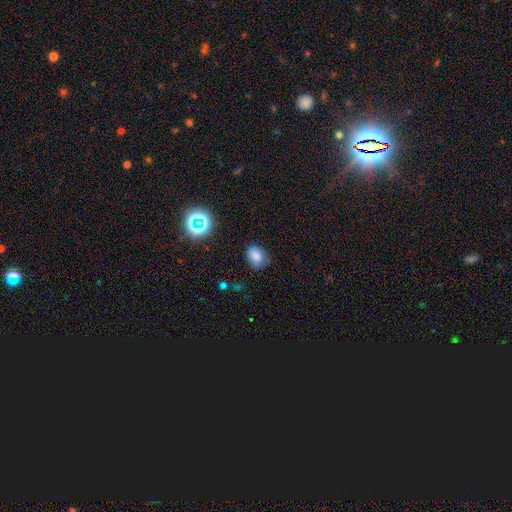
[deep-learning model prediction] smooth 78%, star or artifact 13%, featured or disk 9%. Down the decision tree: how rounded — in between (60%); merging — none (67%).